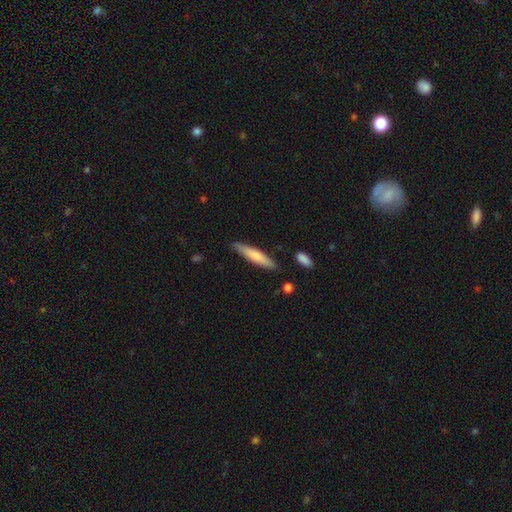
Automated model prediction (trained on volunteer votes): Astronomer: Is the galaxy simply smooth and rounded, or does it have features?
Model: smooth — 71%.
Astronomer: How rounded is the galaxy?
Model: cigar-shaped — 86%.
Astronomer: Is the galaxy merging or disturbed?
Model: none — 84%.